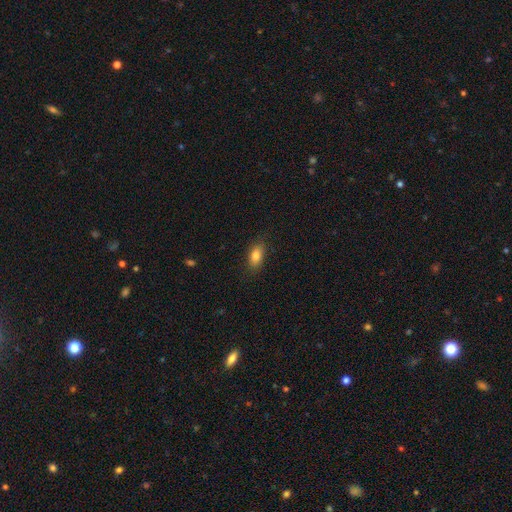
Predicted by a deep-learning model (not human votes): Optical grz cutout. It shows a smooth galaxy with no disk features (81%) that is in between round and cigar-shaped (87%). Merging: none (84%).